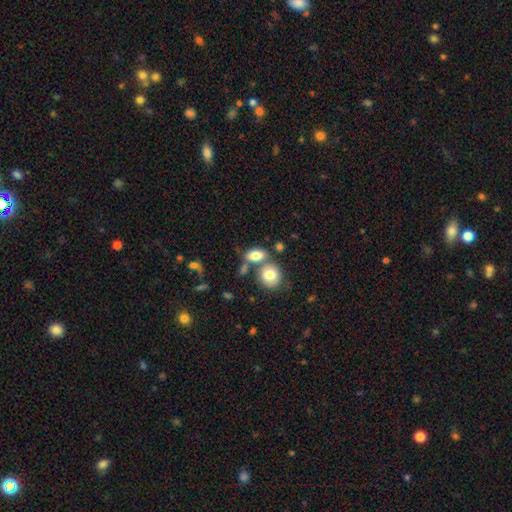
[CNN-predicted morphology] The model was most divided on "merging": none: 50%, merger: 33%, minor disturbance: 12%, major disturbance: 5%. More confident: how rounded — in between (80%); smooth or featured — smooth (79%).